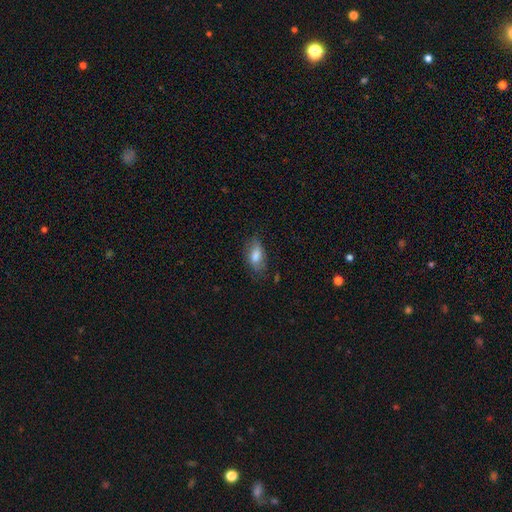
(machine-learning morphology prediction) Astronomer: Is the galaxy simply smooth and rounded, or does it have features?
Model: smooth — 76%.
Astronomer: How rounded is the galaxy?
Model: in between — 89%.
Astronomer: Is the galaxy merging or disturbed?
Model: none — 67%.